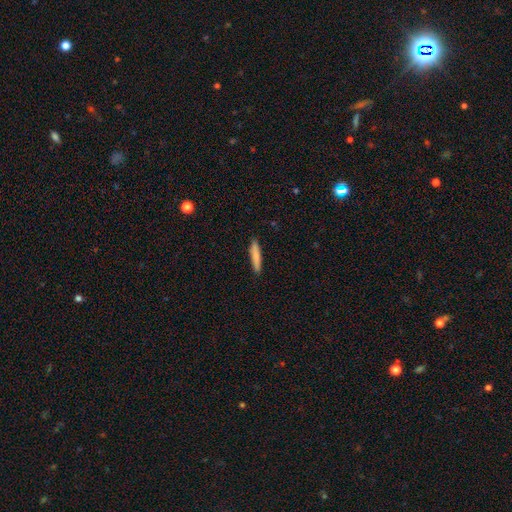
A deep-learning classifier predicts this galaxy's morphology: The model was most divided on "smooth or featured": smooth: 82%, featured or disk: 12%, star or artifact: 6%. More confident: how rounded — cigar-shaped (91%); merging — none (90%).